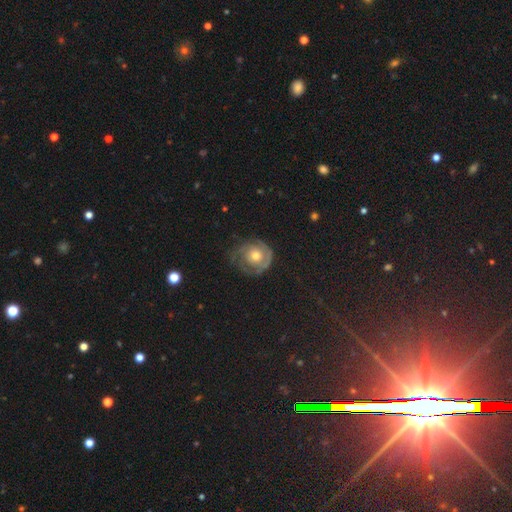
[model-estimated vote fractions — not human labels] smooth_or_featured: featured or disk (p=0.71) [alt: smooth p=0.21]
disk_edge_on: no (p=0.97) [alt: yes p=0.03]
bar: no (p=0.83) [alt: weak p=0.14]
has_spiral_arms: yes (p=0.86) [alt: no p=0.14]
spiral_winding: tight (p=0.64) [alt: medium p=0.27]
spiral_arm_count: can't tell (p=0.34) [alt: 2 p=0.30]
bulge_size: moderate (p=0.68) [alt: small p=0.20]
merging: none (p=0.61) [alt: minor disturbance p=0.23]